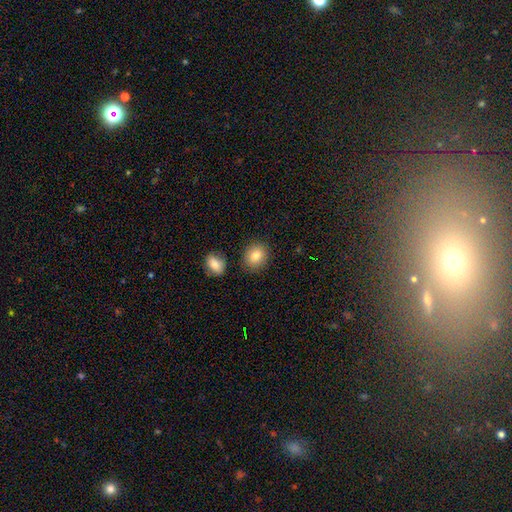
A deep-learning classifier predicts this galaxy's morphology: This appears to be a smooth galaxy with no disk features (82%) that is round (67%). Merging: none (83%).